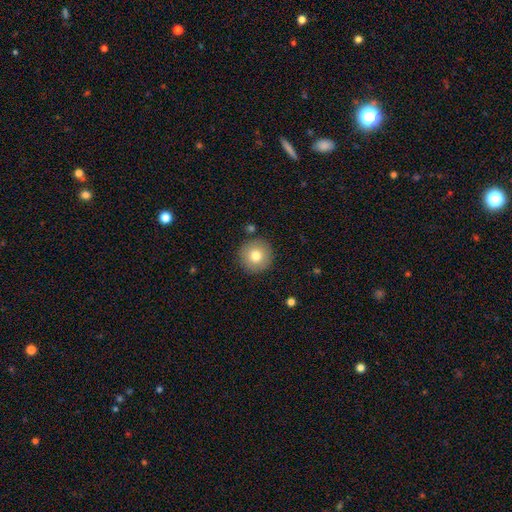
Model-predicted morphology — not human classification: Smooth or featured?
  - smooth: 78% *
  - featured or disk: 13%
  - star or artifact: 9%
How rounded?
  - round: 96% *
  - in between: 3%
  - cigar-shaped: 1%
Merging?
  - none: 89% *
  - minor disturbance: 7%
  - merger: 2%
  - major disturbance: 2%